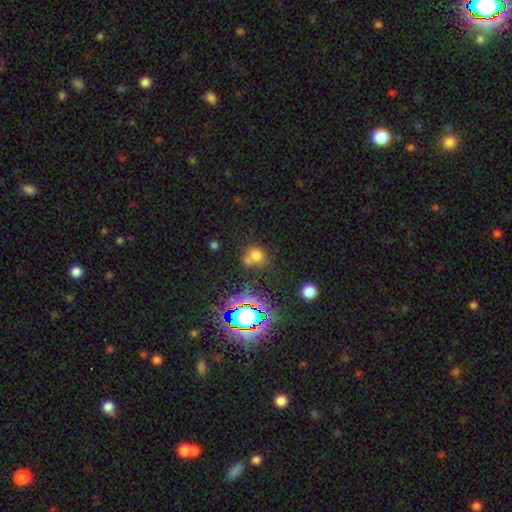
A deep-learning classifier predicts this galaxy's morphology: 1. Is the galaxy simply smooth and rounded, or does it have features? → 62% smooth, 26% star or artifact, 12% featured or disk.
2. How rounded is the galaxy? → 69% round, 29% in between, 1% cigar-shaped.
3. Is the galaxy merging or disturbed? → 47% none, 28% merger, 16% minor disturbance, 9% major disturbance.